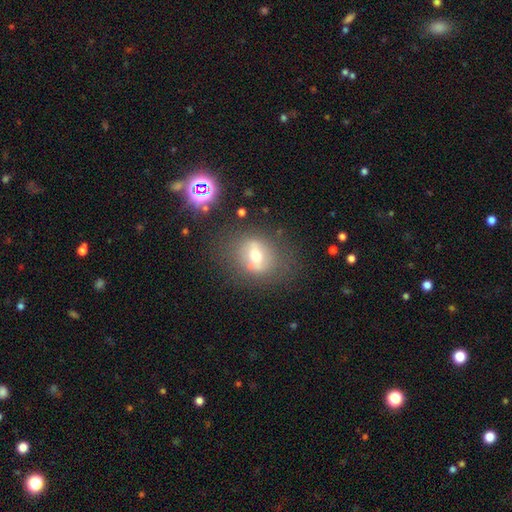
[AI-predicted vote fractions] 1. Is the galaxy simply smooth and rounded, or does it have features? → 47% featured or disk, 39% smooth, 14% star or artifact.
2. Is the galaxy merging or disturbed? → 73% none, 15% minor disturbance, 8% major disturbance, 4% merger.